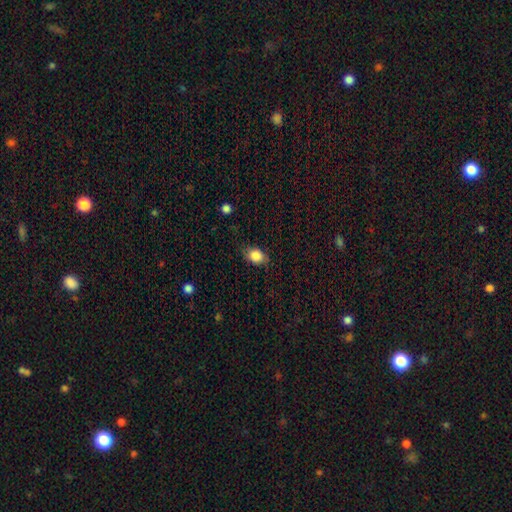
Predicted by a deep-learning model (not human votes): Smooth or featured? smooth (84%)
How rounded? in between (71%)
Merging? none (76%)